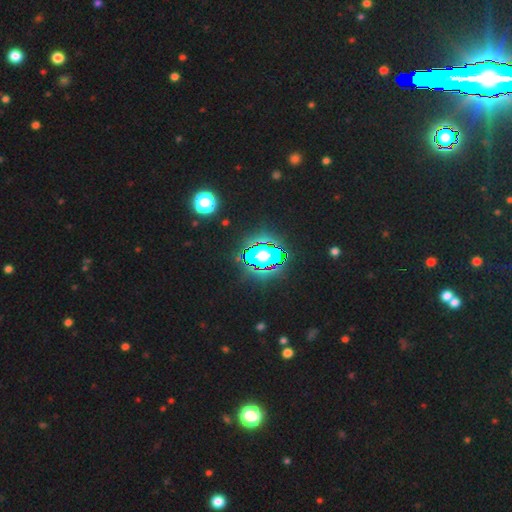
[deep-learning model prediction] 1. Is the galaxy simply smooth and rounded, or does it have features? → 82% star or artifact, 11% smooth, 6% featured or disk.